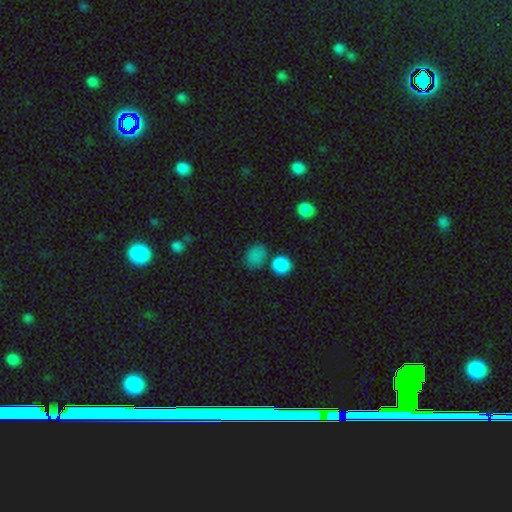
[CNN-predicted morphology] This appears to be a smooth galaxy with no disk features (80%) that is in between round and cigar-shaped (61%). Merging: none (64%).